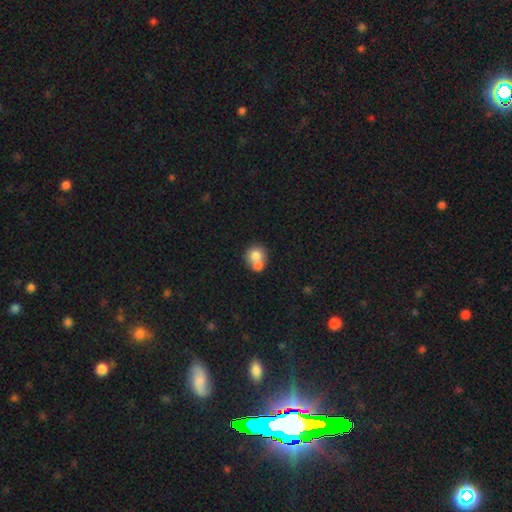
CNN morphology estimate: A smooth galaxy with no disk features (75%) that is round (80%). Merging: merger (60%).